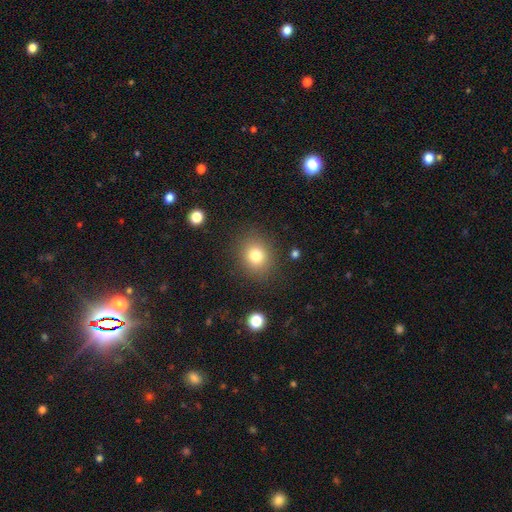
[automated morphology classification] Smooth or featured?
  - smooth: 80% *
  - star or artifact: 12%
  - featured or disk: 8%
How rounded?
  - round: 66% *
  - in between: 33%
  - cigar-shaped: 1%
Merging?
  - none: 85% *
  - minor disturbance: 10%
  - major disturbance: 4%
  - merger: 2%